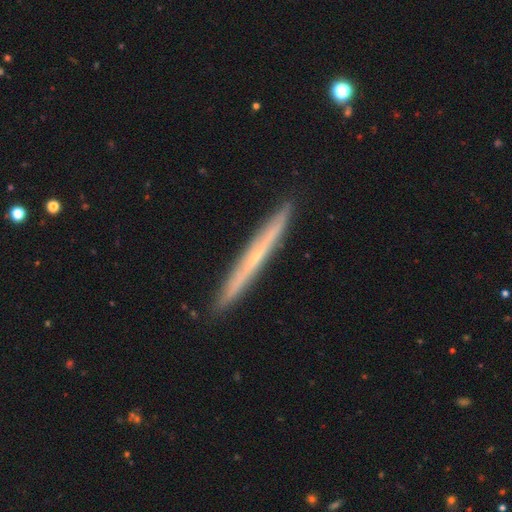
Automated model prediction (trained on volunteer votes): Smooth or featured? Predicted: featured or disk (p=0.64). Edge-on disk? Predicted: yes (p=0.96). Edge-on bulge? Predicted: none (p=0.57). Merging? Predicted: none (p=0.91).